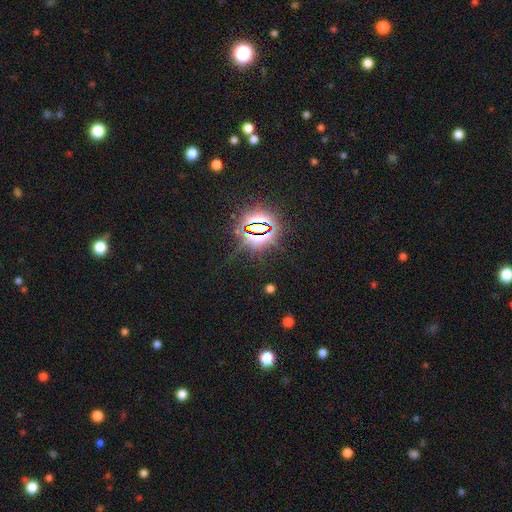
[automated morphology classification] A star or artifact, not a galaxy (84%).

Vote fractions:
- Smooth or featured? star or artifact: 84% / smooth: 10% / featured or disk: 7%